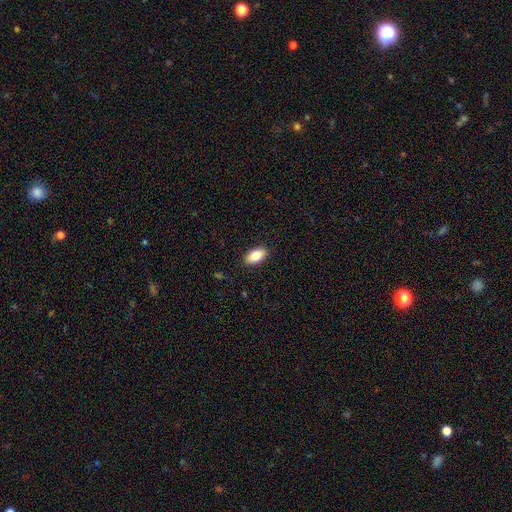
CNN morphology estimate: Overall: smooth (82%). How rounded: in between (92%). Merging: none (89%).